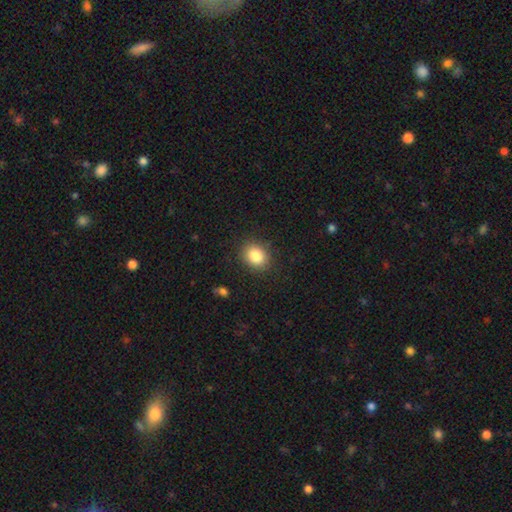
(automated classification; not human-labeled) Smooth or featured? smooth (84%)
How rounded? round (54%)
Merging? none (87%)